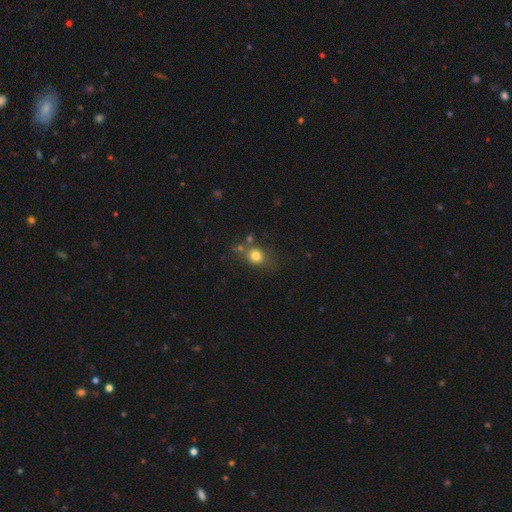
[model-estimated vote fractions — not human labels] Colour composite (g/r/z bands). It shows a smooth galaxy with no disk features (79%) that is round (68%). Merging: none (60%).